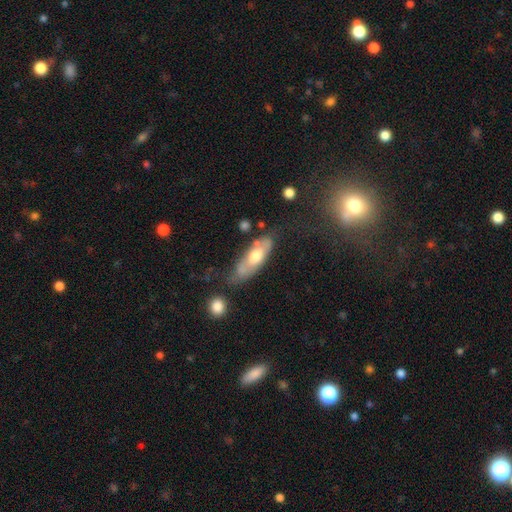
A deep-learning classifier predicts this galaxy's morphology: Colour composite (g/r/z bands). It shows a smooth galaxy with no disk features (47%, tied with featured or disk). Merging: none (53%).